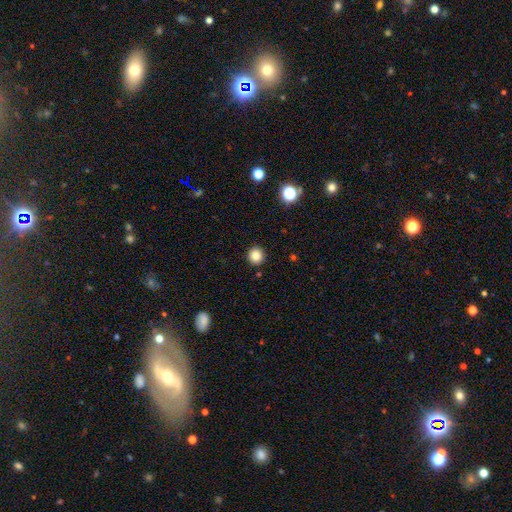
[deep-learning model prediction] smooth_or_featured: smooth (p=0.84) [alt: star or artifact p=0.11]
how_rounded: round (p=0.92) [alt: in between p=0.07]
merging: none (p=0.92) [alt: minor disturbance p=0.05]